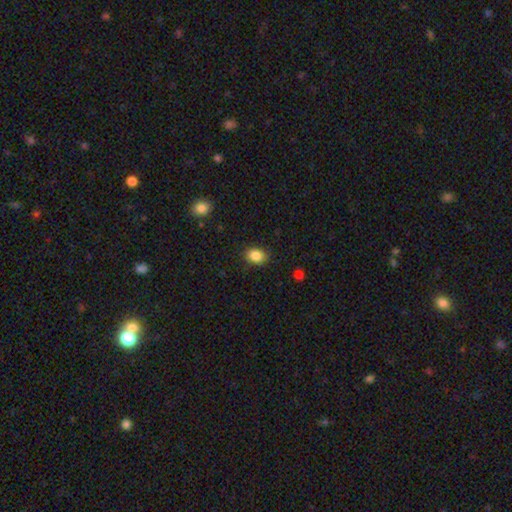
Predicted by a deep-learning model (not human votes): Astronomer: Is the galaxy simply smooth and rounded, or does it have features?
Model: smooth — 87%.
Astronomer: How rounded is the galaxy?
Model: in between — 60% (runner-up: round, 39%).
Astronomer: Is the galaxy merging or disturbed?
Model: none — 84%.